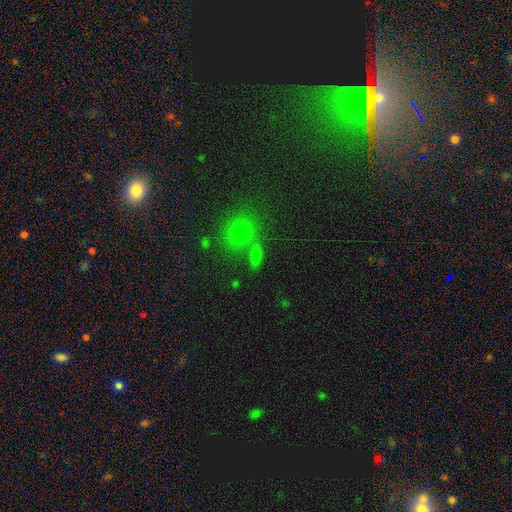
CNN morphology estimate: A smooth galaxy with no disk features (68%) that is in between round and cigar-shaped (59%). Merging: none (64%).